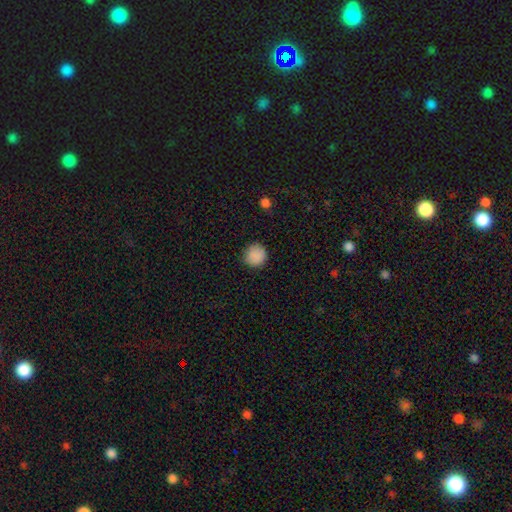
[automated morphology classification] A smooth galaxy with no disk features (88%) that is round (92%).

Vote fractions:
- Smooth or featured? smooth: 88% / star or artifact: 9% / featured or disk: 3%
- How rounded? round: 92% / in between: 7% / cigar-shaped: 1%
- Merging? none: 86% / minor disturbance: 10% / major disturbance: 3% / merger: 1%